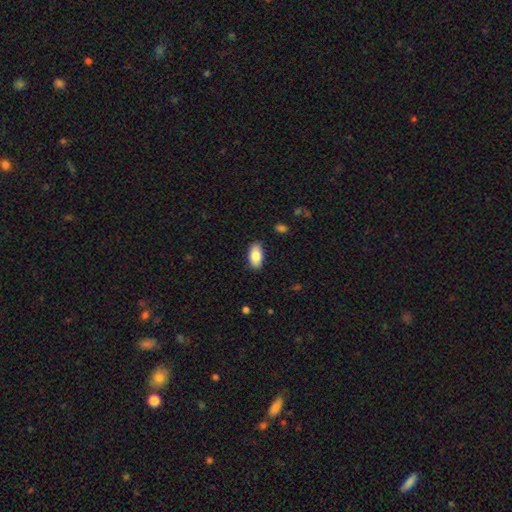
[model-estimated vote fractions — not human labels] Q: Smooth or featured?
A: smooth (85%); runner-up: featured or disk (8%)
Q: How rounded?
A: in between (93%); runner-up: cigar-shaped (4%)
Q: Merging?
A: none (86%); runner-up: minor disturbance (10%)